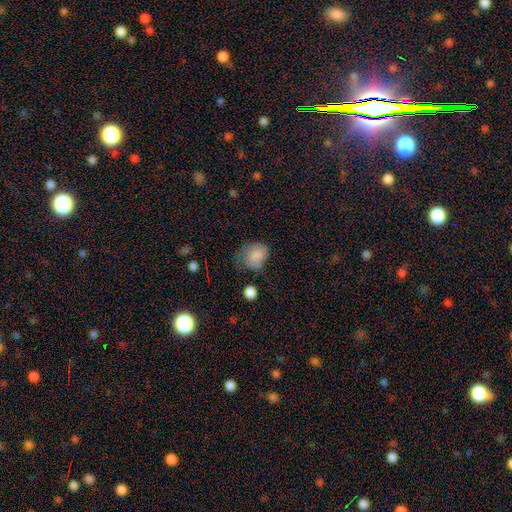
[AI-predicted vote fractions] This appears to be a smooth galaxy with no disk features (77%) that is in between round and cigar-shaped (53%). Merging: minor disturbance (37%).